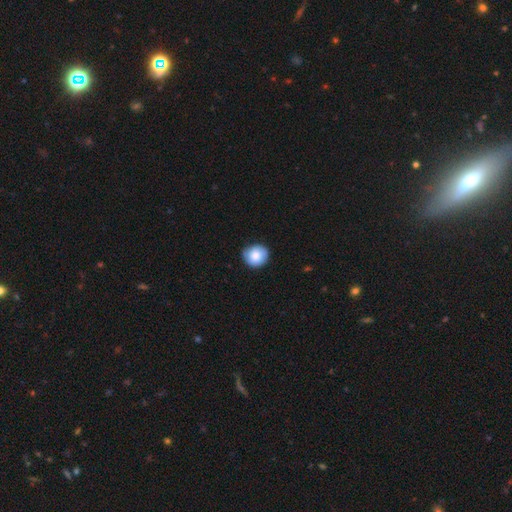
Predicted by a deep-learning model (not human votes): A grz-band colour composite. It shows a smooth galaxy with no disk features (78%) that is round (88%). Merging: none (79%).